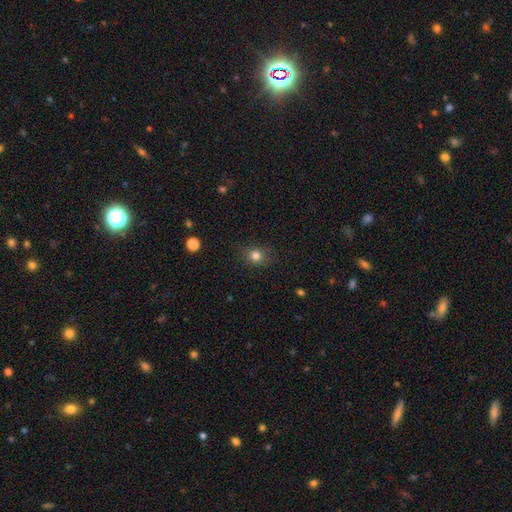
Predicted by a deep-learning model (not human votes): smooth-or-featured: smooth: 80% | star or artifact: 14% | featured or disk: 6%
  how-rounded: round: 73% | in between: 26% | cigar-shaped: 1%
  merging: none: 83% | minor disturbance: 12% | major disturbance: 4% | merger: 1%